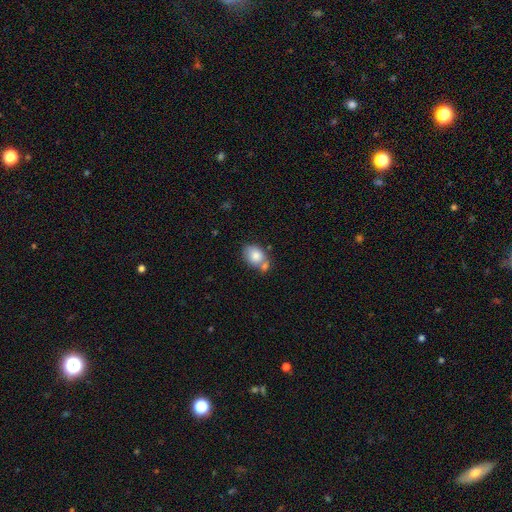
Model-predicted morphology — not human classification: A smooth galaxy with no disk features (80%) that is in between round and cigar-shaped (70%).

Vote fractions:
- Smooth or featured? smooth: 80% / featured or disk: 12% / star or artifact: 8%
- How rounded? in between: 70% / round: 29% / cigar-shaped: 1%
- Merging? none: 46% / merger: 32% / minor disturbance: 17% / major disturbance: 5%